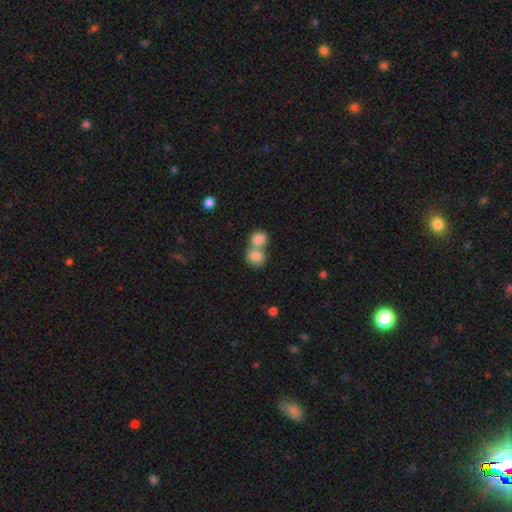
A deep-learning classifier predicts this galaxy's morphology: smooth 82%, featured or disk 10%, star or artifact 9%. Down the decision tree: how rounded — round (71%); merging — merger (61%).